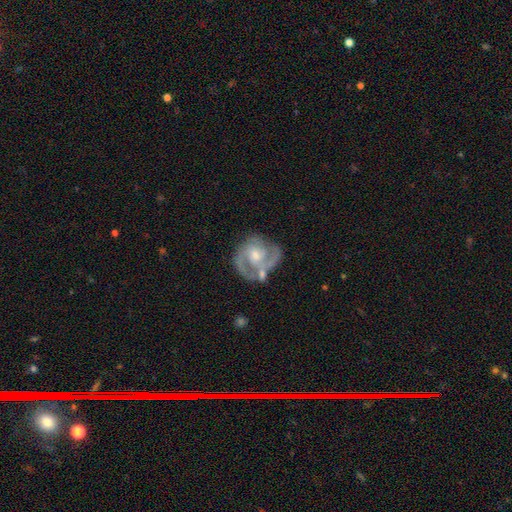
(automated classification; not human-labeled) Morphology: type=featured or disk (85%); edge-on=no (98%); bar=no (57%); spiral arms=yes (94%); winding=medium (47%); arm count=2 (57%); bulge=moderate (53%); merging=none (57%).